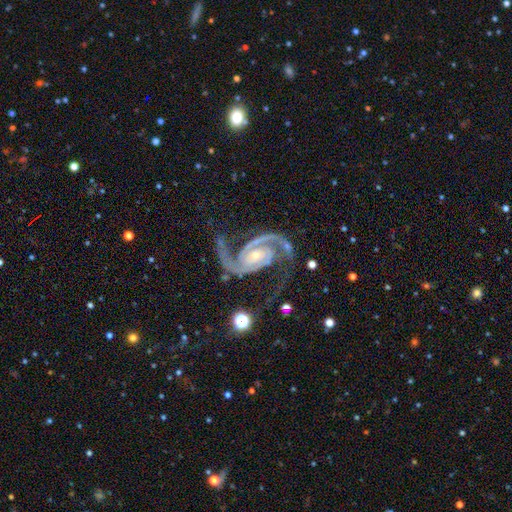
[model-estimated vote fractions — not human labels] Overall: featured or disk (94%). Edge-on disk: no (98%). Bar: no (57%; weak 28%). Spiral arms: yes (99%). Spiral arm count: 2 (92%). Spiral winding: medium (58%; tight 28%). Bulge size: small (69%). Merging: none (65%).